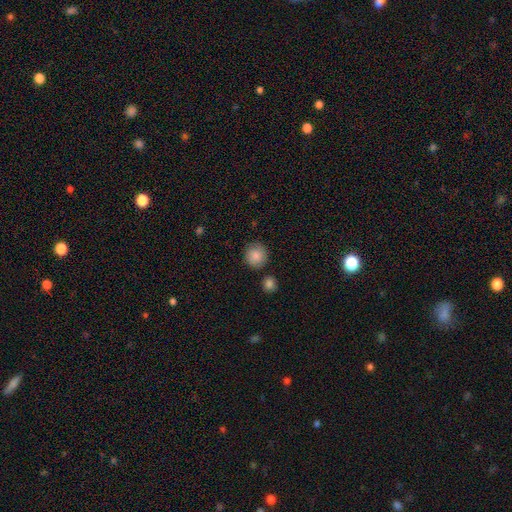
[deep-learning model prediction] This is clearly a smooth galaxy (87%). How rounded: clearly round (92%). Merging: clearly none (85%).